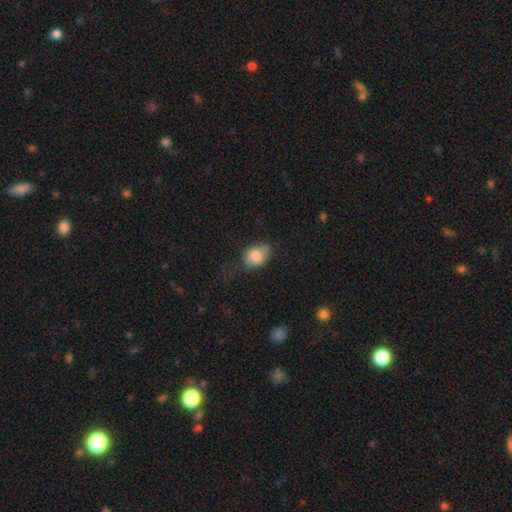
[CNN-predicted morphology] A smooth galaxy with no disk features (77%) that is in between round and cigar-shaped (66%). Merging: none (50%).